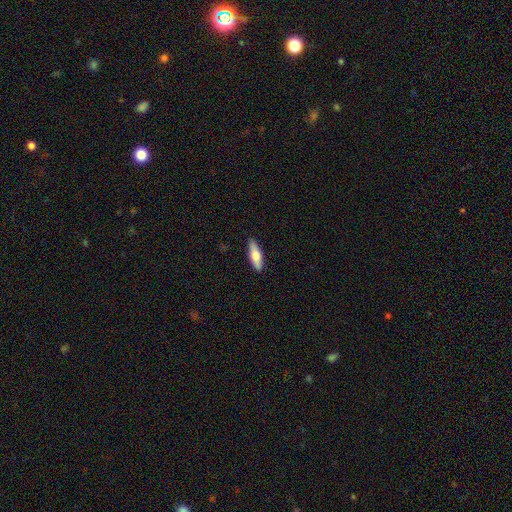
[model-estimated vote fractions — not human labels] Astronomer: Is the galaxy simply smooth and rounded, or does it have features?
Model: smooth — 63%.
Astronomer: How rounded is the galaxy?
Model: cigar-shaped — 55% (runner-up: in between, 43%).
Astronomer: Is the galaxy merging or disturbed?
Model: none — 88%.